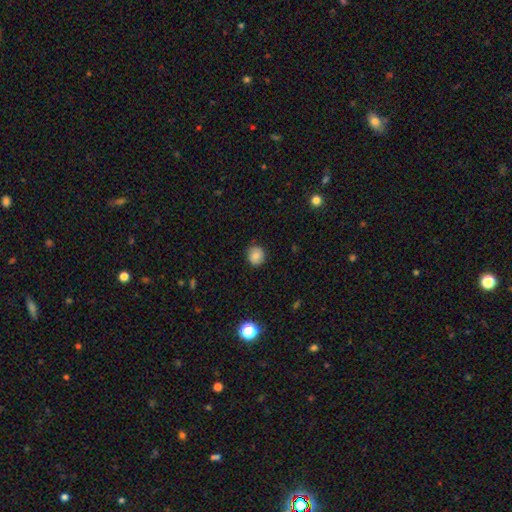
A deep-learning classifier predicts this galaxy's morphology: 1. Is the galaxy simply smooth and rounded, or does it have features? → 82% smooth, 10% star or artifact, 8% featured or disk.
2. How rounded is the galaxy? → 89% round, 10% in between, 1% cigar-shaped.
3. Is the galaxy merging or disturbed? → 87% none, 10% minor disturbance, 2% major disturbance, 1% merger.